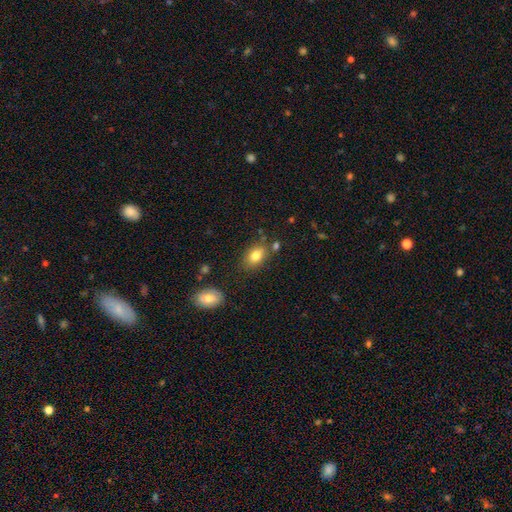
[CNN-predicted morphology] Smooth or featured? Predicted: smooth (p=0.81). How rounded? Predicted: in between (p=0.83). Merging? Predicted: none (p=0.75).